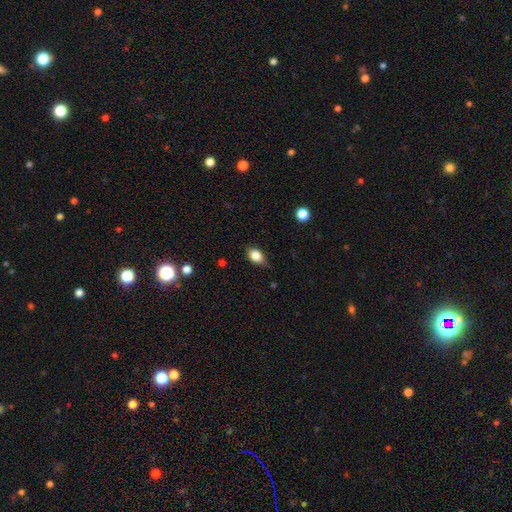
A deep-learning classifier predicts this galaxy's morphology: smooth-or-featured: smooth: 84% | star or artifact: 9% | featured or disk: 7%
  how-rounded: in between: 79% | round: 19% | cigar-shaped: 2%
  merging: none: 74% | minor disturbance: 21% | major disturbance: 3% | merger: 1%